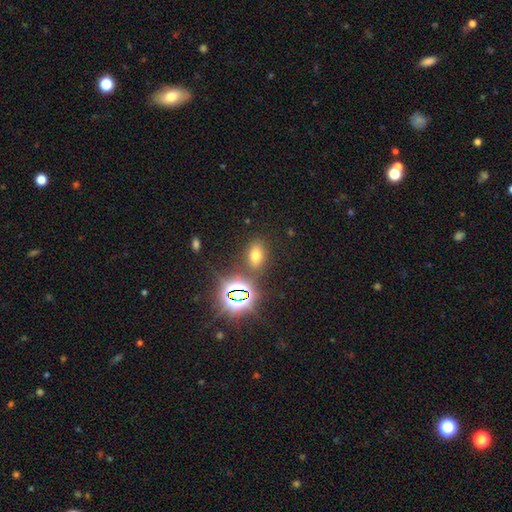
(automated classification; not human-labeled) Smooth or featured: smooth — 58% (star or artifact — 33%)
How rounded: in between — 80% (round — 17%)
Merging: none — 80% (minor disturbance — 10%)